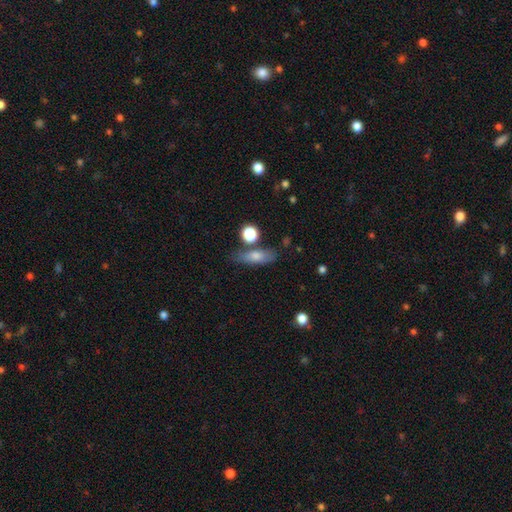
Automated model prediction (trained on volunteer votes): This appears to be a smooth galaxy with no disk features (68%) that is in between round and cigar-shaped (47%). Merging: none (74%).